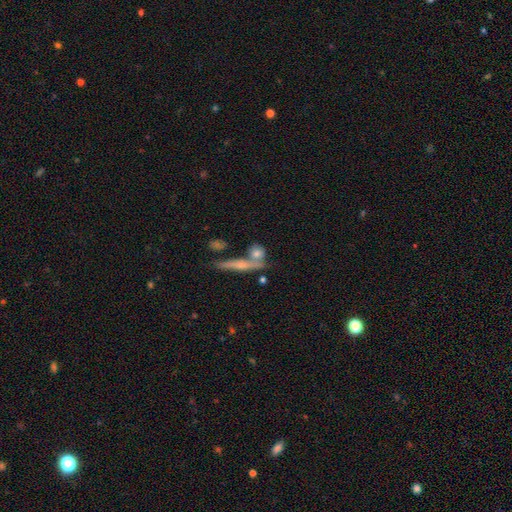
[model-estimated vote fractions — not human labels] Smooth or featured? smooth (63%)
How rounded? round (45%)
Merging? none (53%)